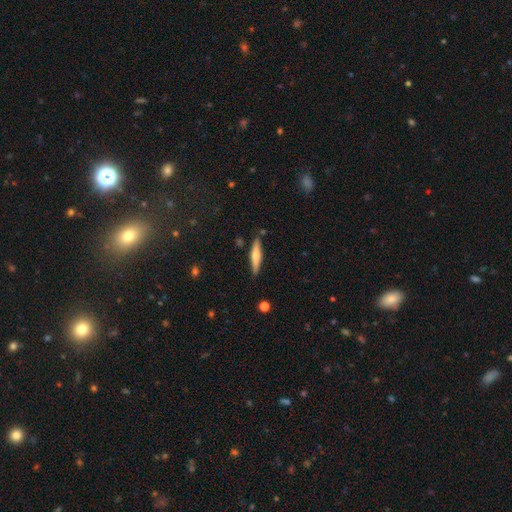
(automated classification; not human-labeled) smooth-or-featured: smooth: 53% | featured or disk: 41% | star or artifact: 6%
  how-rounded: cigar-shaped: 88% | in between: 11% | round: 2%
  merging: none: 86% | minor disturbance: 10% | merger: 2% | major disturbance: 2%